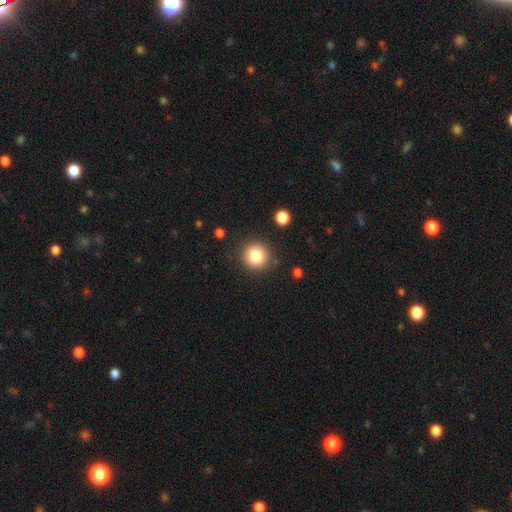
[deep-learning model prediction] Smooth or featured? Predicted: smooth (p=0.83). How rounded? Predicted: round (p=0.92). Merging? Predicted: none (p=0.88).